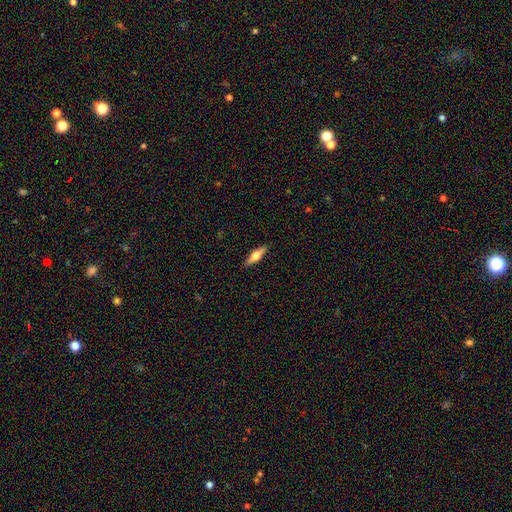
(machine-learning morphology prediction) Smooth or featured: featured or disk — 50% (smooth — 44%)
Edge-on disk: yes — 94% (no — 6%)
Merging: none — 90% (minor disturbance — 8%)